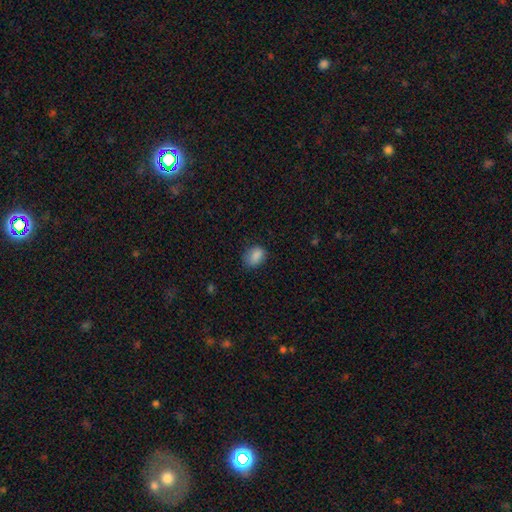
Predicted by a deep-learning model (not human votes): Smooth or featured? smooth (85%)
How rounded? in between (72%)
Merging? none (70%)